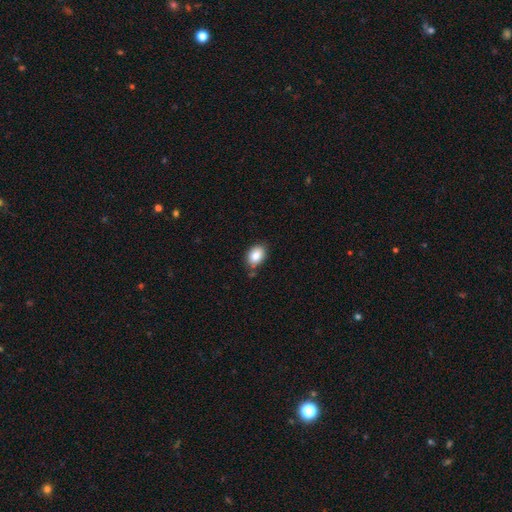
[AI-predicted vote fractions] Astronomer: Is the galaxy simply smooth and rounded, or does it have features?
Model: smooth — 84%.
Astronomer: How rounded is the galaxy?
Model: in between — 71%.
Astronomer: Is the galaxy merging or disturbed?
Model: none — 74%.